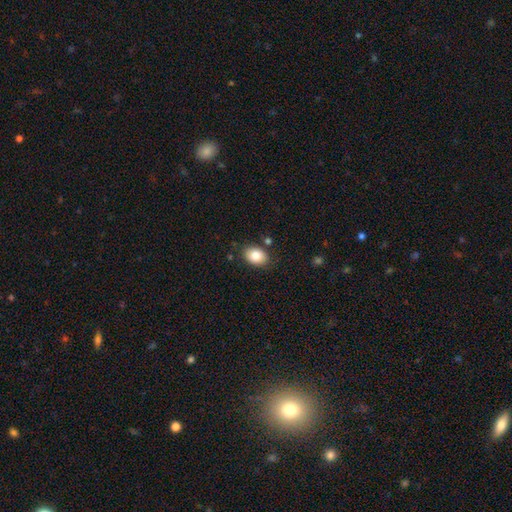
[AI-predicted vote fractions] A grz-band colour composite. It shows a smooth galaxy with no disk features (84%) that is in between round and cigar-shaped (77%). Merging: none (83%).